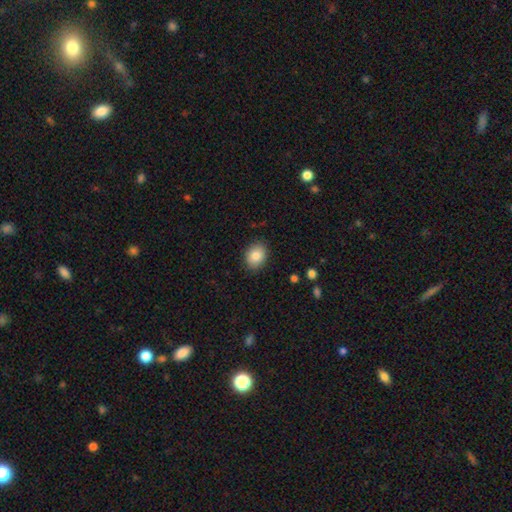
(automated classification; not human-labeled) smooth-or-featured: smooth: 85% | star or artifact: 8% | featured or disk: 7%
  how-rounded: in between: 53% | round: 46% | cigar-shaped: 1%
  merging: none: 88% | minor disturbance: 9% | major disturbance: 2% | merger: 1%